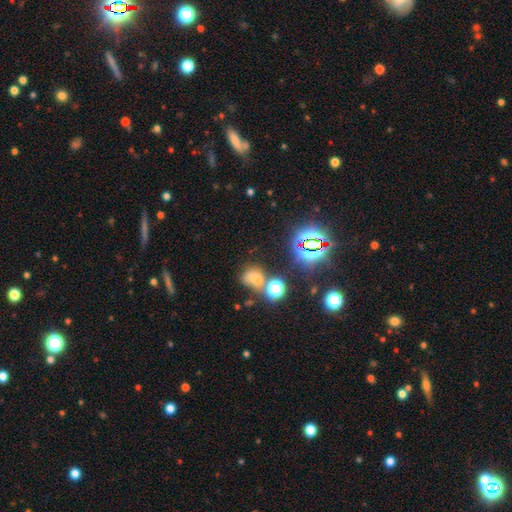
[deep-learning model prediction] smooth_or_featured: star or artifact (p=0.69) [alt: smooth p=0.22]